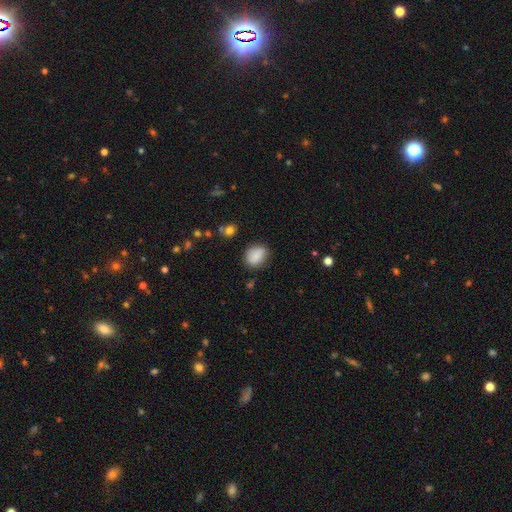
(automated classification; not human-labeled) smooth-or-featured: smooth: 81% | featured or disk: 11% | star or artifact: 8%
  how-rounded: in between: 53% | round: 46% | cigar-shaped: 1%
  merging: none: 75% | minor disturbance: 19% | major disturbance: 4% | merger: 3%